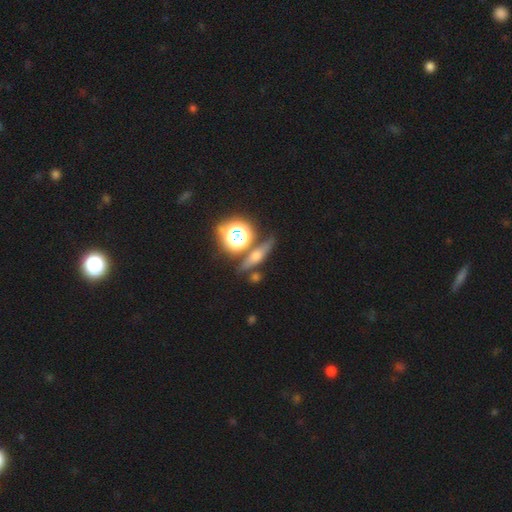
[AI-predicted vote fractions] featured or disk 41%, smooth 33%, star or artifact 26%. Down the decision tree: merging — none (75%).